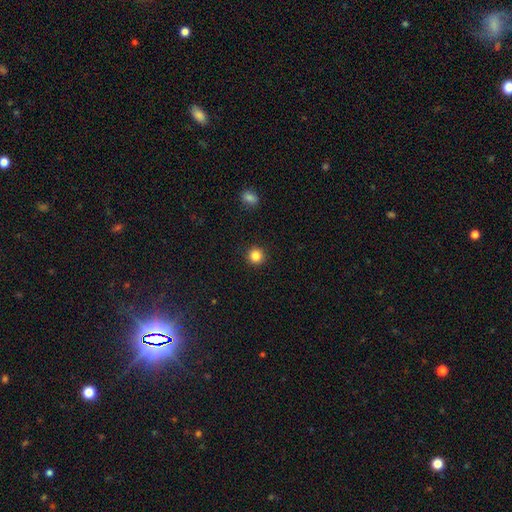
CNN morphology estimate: This appears to be a smooth galaxy with no disk features (84%) that is round (95%). Merging: none (93%).